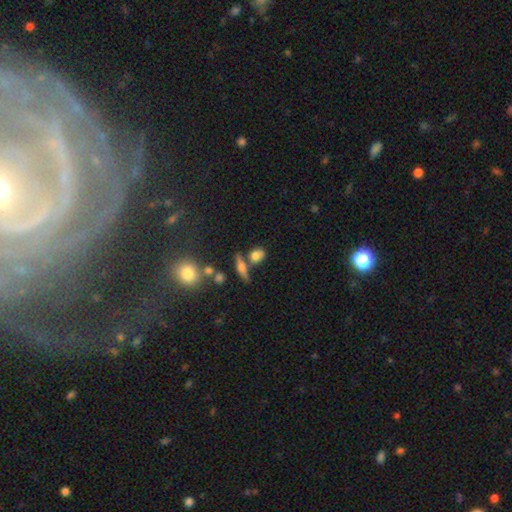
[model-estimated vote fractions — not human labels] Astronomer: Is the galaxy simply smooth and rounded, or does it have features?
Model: smooth — 66%.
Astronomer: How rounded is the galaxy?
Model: in between — 50% (runner-up: round, 40%).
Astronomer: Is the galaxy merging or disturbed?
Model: none — 61%.